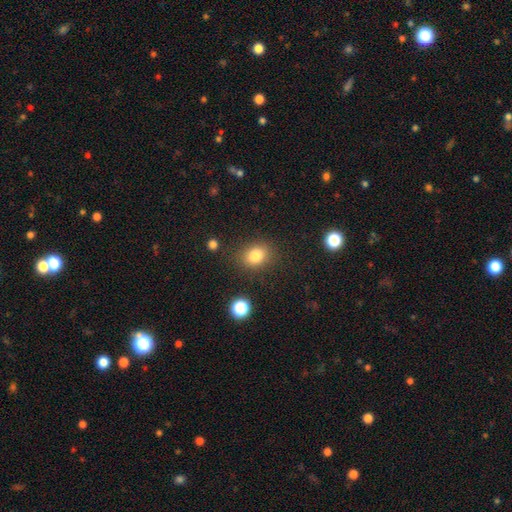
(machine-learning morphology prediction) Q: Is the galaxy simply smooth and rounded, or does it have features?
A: smooth — 82%.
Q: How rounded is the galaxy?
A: round — 51%.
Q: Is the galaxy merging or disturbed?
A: none — 83%.